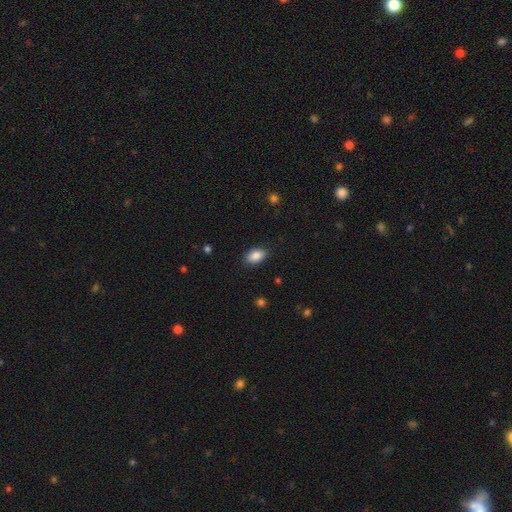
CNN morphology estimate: smooth 87%, star or artifact 8%, featured or disk 5%. Down the decision tree: how rounded — in between (91%); merging — none (87%).